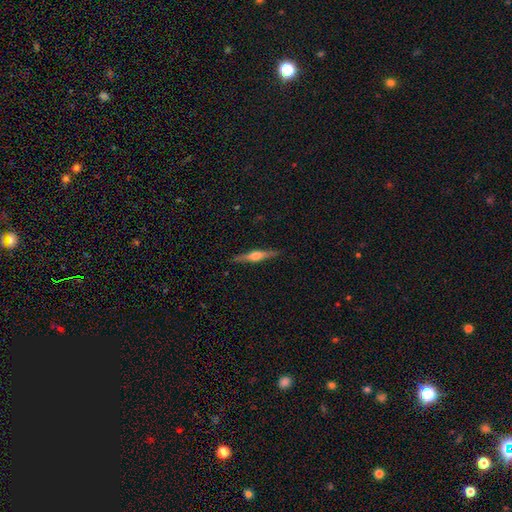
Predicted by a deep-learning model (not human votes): featured or disk 69%, smooth 25%, star or artifact 6%. Down the decision tree: edge-on disk — yes (97%); edge-on bulge — rounded (91%); merging — none (89%).